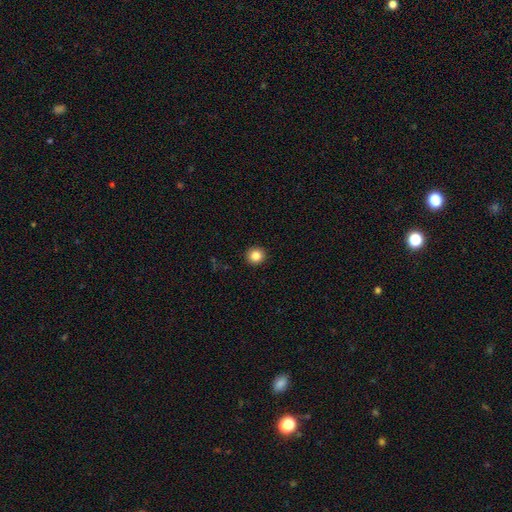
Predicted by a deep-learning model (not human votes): smooth_or_featured: smooth (p=0.84) [alt: star or artifact p=0.11]
how_rounded: round (p=0.93) [alt: in between p=0.06]
merging: none (p=0.93) [alt: minor disturbance p=0.04]